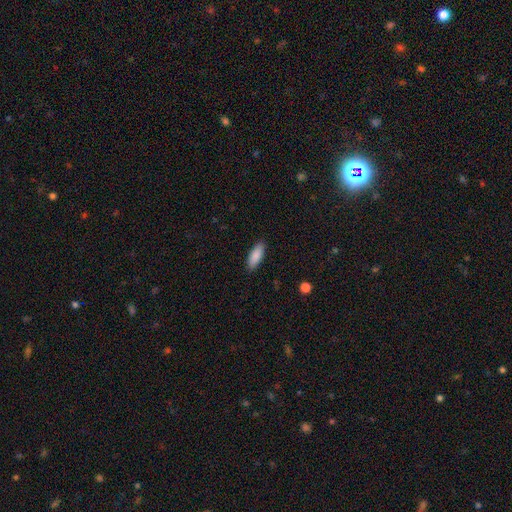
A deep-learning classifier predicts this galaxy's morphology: Smooth or featured?
  - smooth: 89% *
  - star or artifact: 6%
  - featured or disk: 5%
How rounded?
  - in between: 72% *
  - cigar-shaped: 27%
  - round: 2%
Merging?
  - none: 89% *
  - minor disturbance: 8%
  - major disturbance: 2%
  - merger: 1%